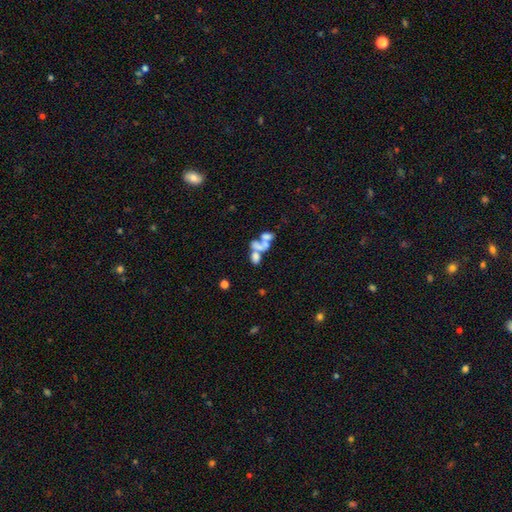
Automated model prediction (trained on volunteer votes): A smooth galaxy with no disk features (46%).

Vote fractions:
- Smooth or featured? smooth: 46% / featured or disk: 39% / star or artifact: 15%
- Merging? merger: 64% / none: 16% / major disturbance: 13% / minor disturbance: 7%